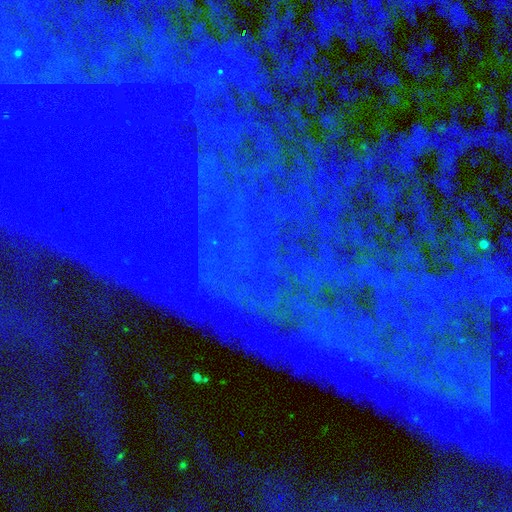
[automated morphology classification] This appears to be a star or artifact, not a galaxy (82%).